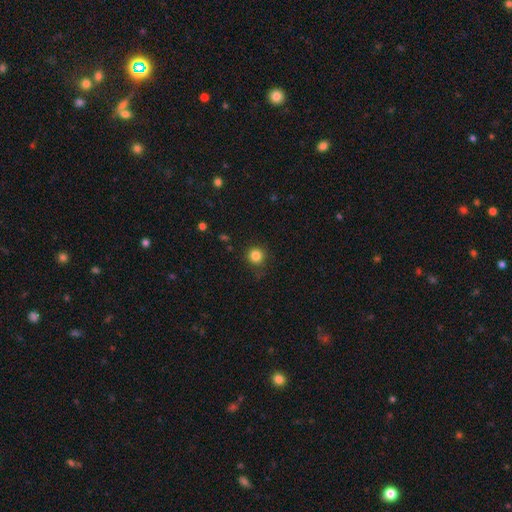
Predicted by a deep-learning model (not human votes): Smooth or featured? Predicted: smooth (p=0.84). How rounded? Predicted: round (p=0.94). Merging? Predicted: none (p=0.83).